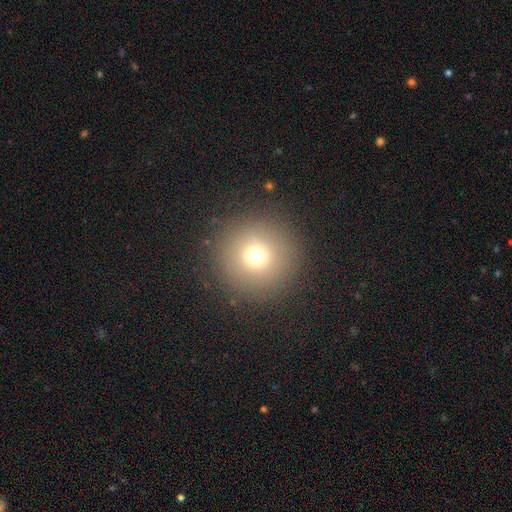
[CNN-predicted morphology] Smooth or featured? Predicted: smooth (p=0.71). How rounded? Predicted: round (p=0.96). Merging? Predicted: none (p=0.89).